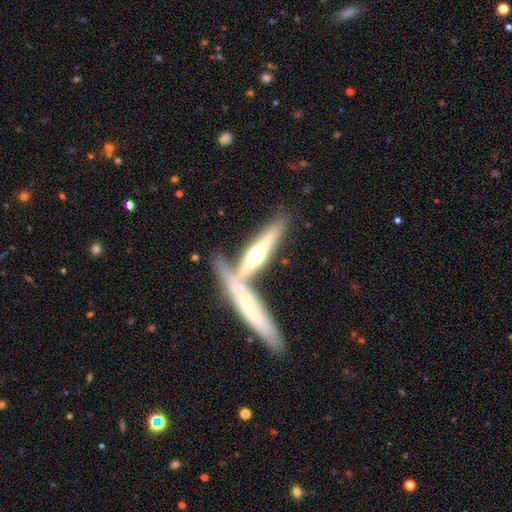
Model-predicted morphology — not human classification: smooth-or-featured: featured or disk: 69% | smooth: 25% | star or artifact: 6%
  disk-edge-on: yes: 93% | no: 7%
    edge-on-bulge: rounded: 90% | none: 5% | boxy: 5%
  merging: none: 45% | merger: 41% | minor disturbance: 10% | major disturbance: 4%